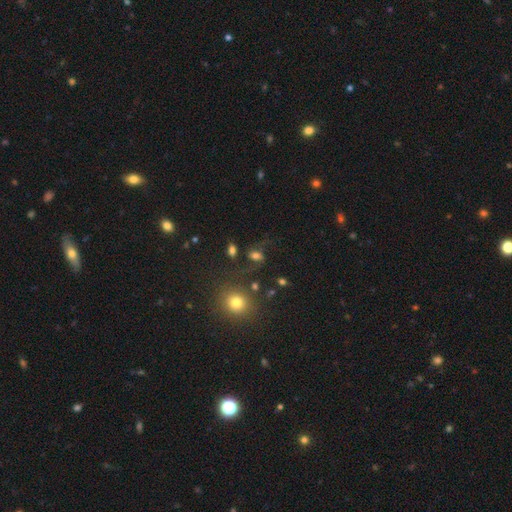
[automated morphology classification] A smooth galaxy with no disk features (54%) that is in between round and cigar-shaped (64%).

Vote fractions:
- Smooth or featured? smooth: 54% / featured or disk: 28% / star or artifact: 18%
- How rounded? in between: 64% / round: 32% / cigar-shaped: 4%
- Merging? none: 59% / minor disturbance: 17% / major disturbance: 15% / merger: 9%